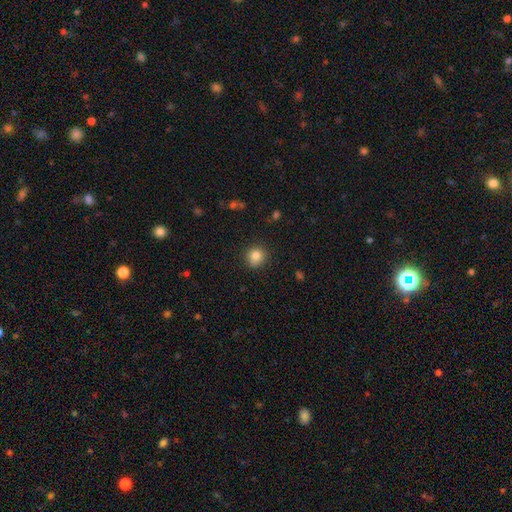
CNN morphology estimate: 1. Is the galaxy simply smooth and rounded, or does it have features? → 83% smooth, 11% star or artifact, 6% featured or disk.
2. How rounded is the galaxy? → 87% round, 12% in between, 1% cigar-shaped.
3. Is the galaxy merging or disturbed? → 86% none, 10% minor disturbance, 3% major disturbance, 1% merger.